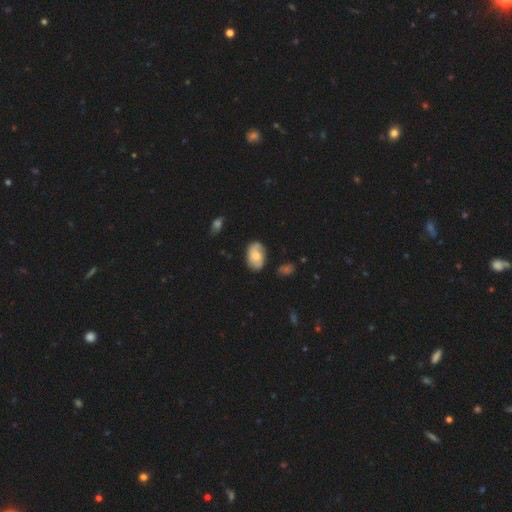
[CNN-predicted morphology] Smooth or featured: smooth — 47% (featured or disk — 46%)
Merging: none — 70% (minor disturbance — 22%)